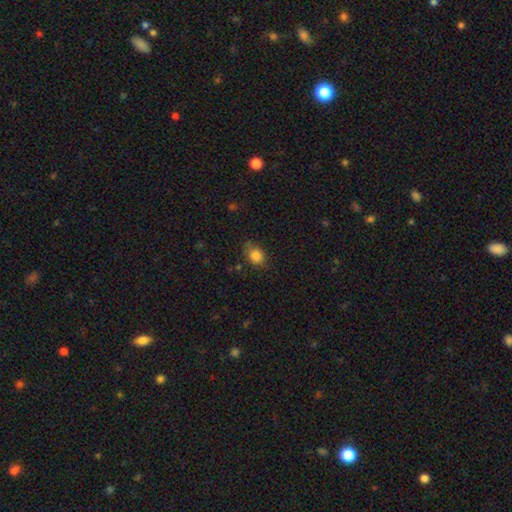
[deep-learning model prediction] A smooth galaxy with no disk features (84%) that is in between round and cigar-shaped (50%).

Vote fractions:
- Smooth or featured? smooth: 84% / star or artifact: 10% / featured or disk: 6%
- How rounded? in between: 50% / round: 49% / cigar-shaped: 1%
- Merging? none: 69% / minor disturbance: 23% / major disturbance: 5% / merger: 2%